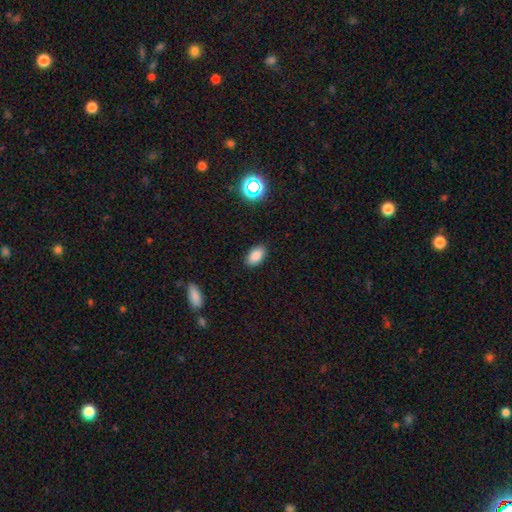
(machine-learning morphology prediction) Smooth or featured? Predicted: smooth (p=0.84). How rounded? Predicted: in between (p=0.92). Merging? Predicted: none (p=0.87).